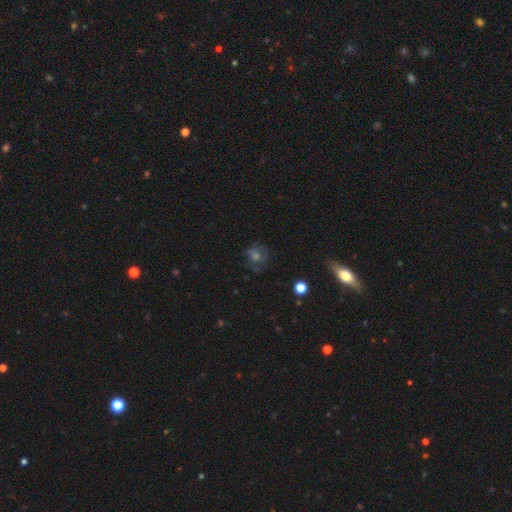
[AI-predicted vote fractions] A featured or disk galaxy (38%). Merging: none (73%).